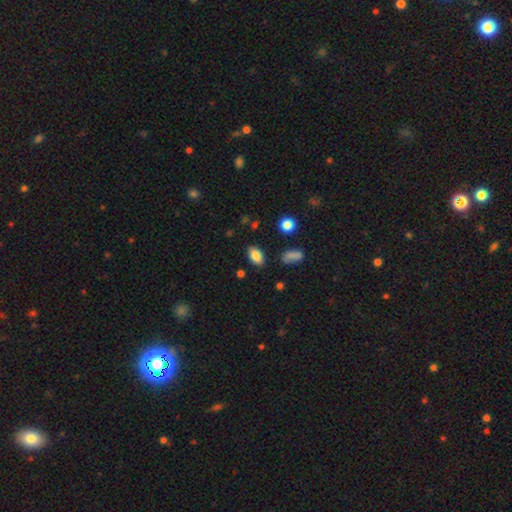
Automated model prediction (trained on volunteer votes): A smooth galaxy with no disk features (84%) that is in between round and cigar-shaped (91%). Merging: none (84%).